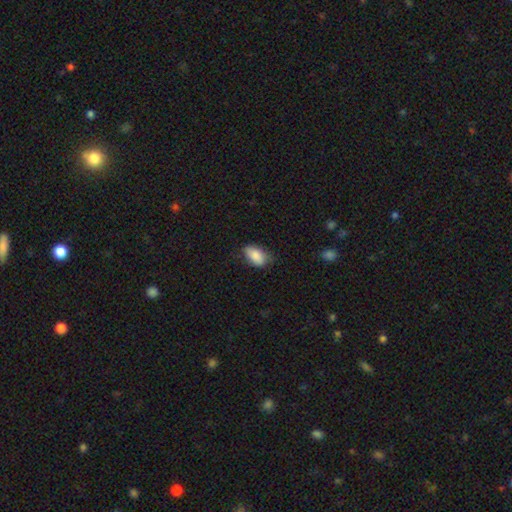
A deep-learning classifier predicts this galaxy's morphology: This is clearly a smooth galaxy (82%). How rounded: clearly in between (91%). Merging: likely none (66%).